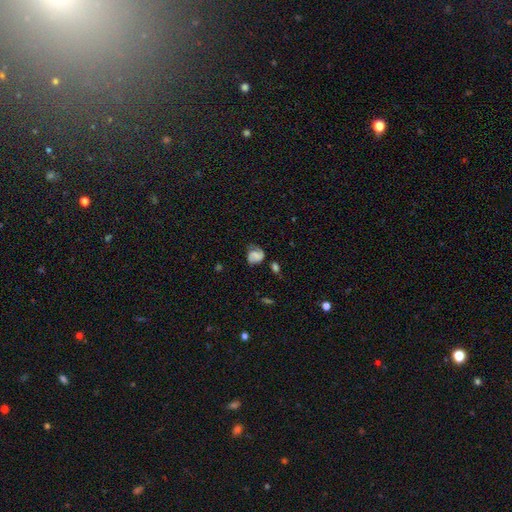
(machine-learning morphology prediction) Q: Smooth or featured?
A: smooth (46%); runner-up: featured or disk (43%)
Q: Merging?
A: none (52%); runner-up: minor disturbance (29%)